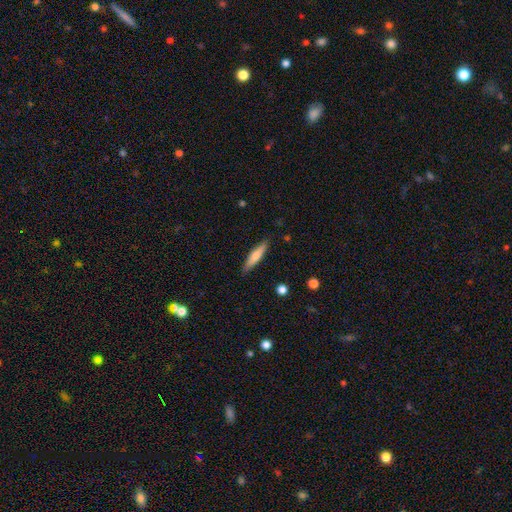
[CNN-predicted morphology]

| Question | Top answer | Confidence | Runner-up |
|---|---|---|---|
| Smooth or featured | smooth | 65% | featured or disk (29%) |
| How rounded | cigar-shaped | 84% | in between (14%) |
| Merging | none | 88% | minor disturbance (9%) |